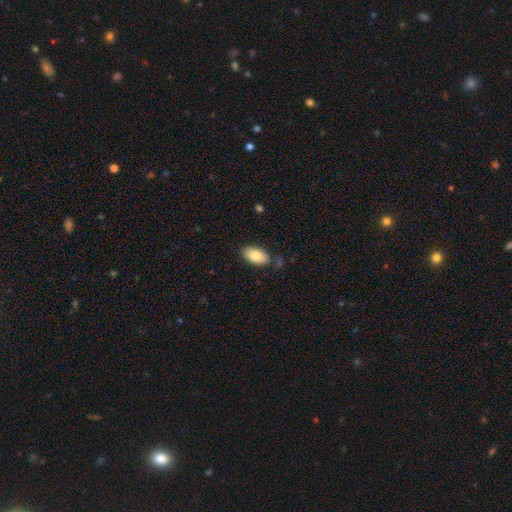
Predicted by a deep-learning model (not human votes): smooth-or-featured: smooth: 82% | featured or disk: 12% | star or artifact: 7%
  how-rounded: in between: 94% | round: 4% | cigar-shaped: 3%
  merging: none: 81% | minor disturbance: 13% | merger: 3% | major disturbance: 3%